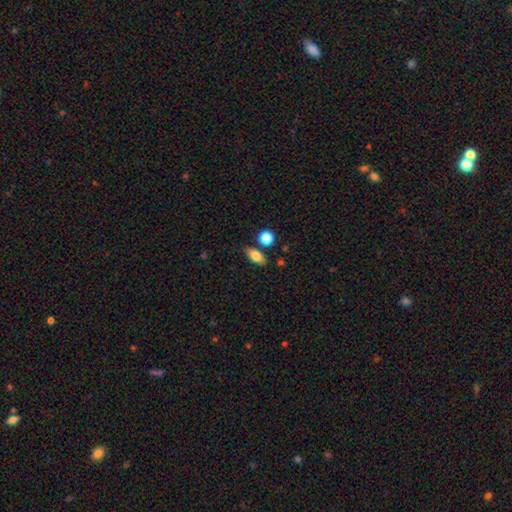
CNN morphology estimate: smooth 80%, featured or disk 11%, star or artifact 9%. Down the decision tree: how rounded — in between (81%); merging — none (78%).